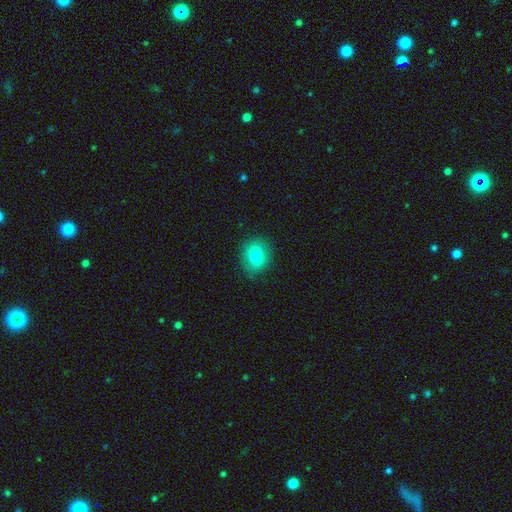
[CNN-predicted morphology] Smooth or featured: smooth — 78% (featured or disk — 13%)
How rounded: round — 59% (in between — 40%)
Merging: none — 85% (minor disturbance — 11%)